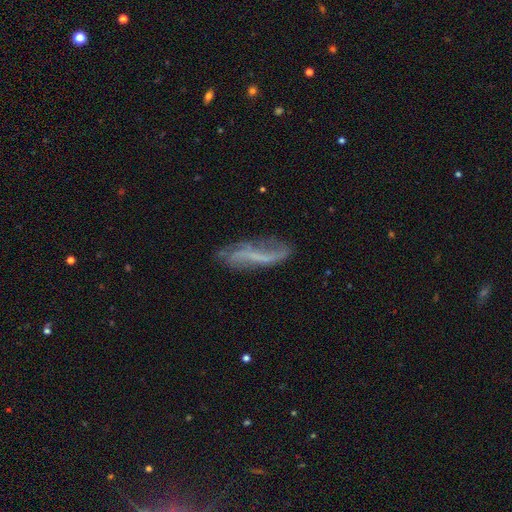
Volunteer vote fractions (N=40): This is likely a featured or disk galaxy (75%). It is clearly not viewed edge-on (83%). Bar: possibly no (48%). Spiral arm pattern: clearly yes (96%). Spiral arm count: possibly 2 (54%). Spiral winding: likely loose (67%). Central bulge: likely none (76%). Merging: likely none (64%).